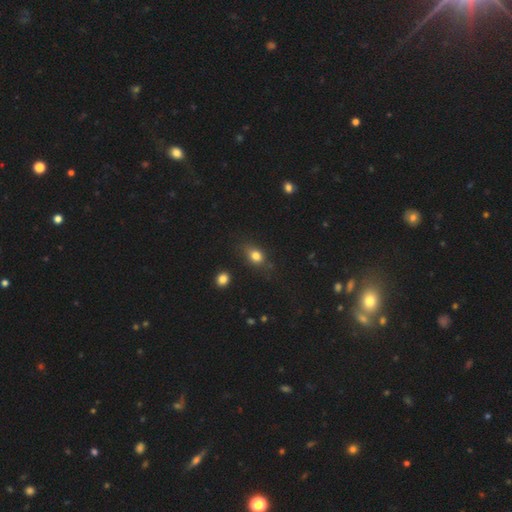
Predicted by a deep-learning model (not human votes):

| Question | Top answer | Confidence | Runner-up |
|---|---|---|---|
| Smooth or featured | smooth | 78% | star or artifact (12%) |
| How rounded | in between | 62% | round (33%) |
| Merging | none | 72% | minor disturbance (19%) |